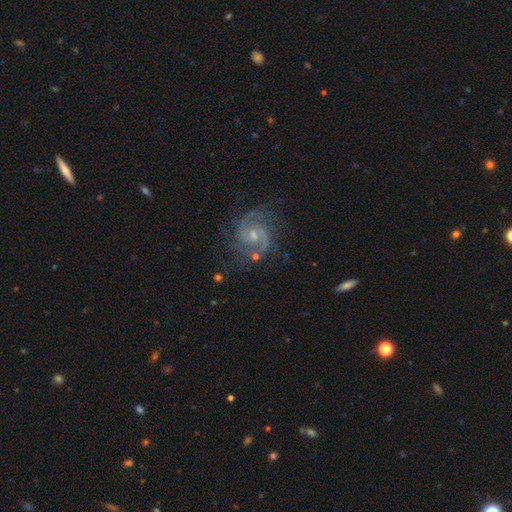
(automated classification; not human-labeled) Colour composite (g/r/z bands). It shows a featured or disk galaxy (89%) with no bar (57%), 2 (83%) medium (56%) spiral arms (98%) and a small central bulge (61%). Merging: none (75%).